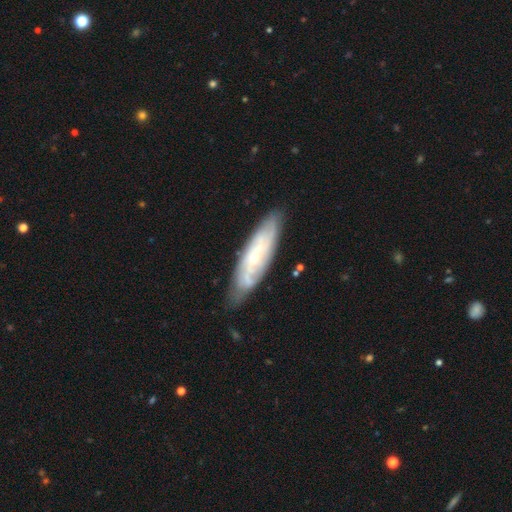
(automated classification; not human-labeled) smooth-or-featured: featured or disk: 68% | smooth: 26% | star or artifact: 6%
  disk-edge-on: no: 74% | yes: 26%
  merging: none: 78% | minor disturbance: 17% | major disturbance: 3% | merger: 2%